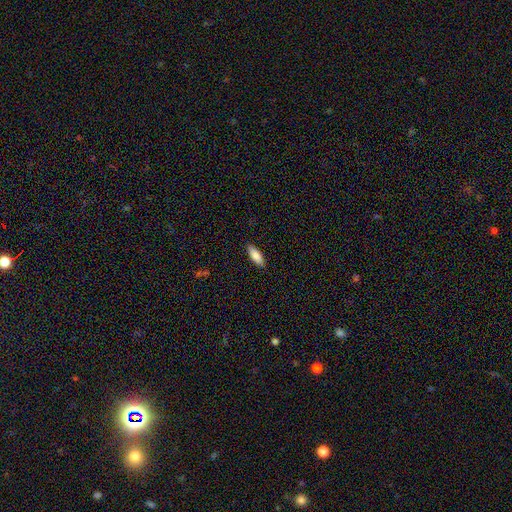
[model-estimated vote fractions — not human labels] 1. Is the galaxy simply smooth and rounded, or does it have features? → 84% smooth, 10% featured or disk, 6% star or artifact.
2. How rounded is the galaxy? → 65% in between, 33% cigar-shaped, 2% round.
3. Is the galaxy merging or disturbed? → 88% none, 9% minor disturbance, 2% major disturbance, 1% merger.